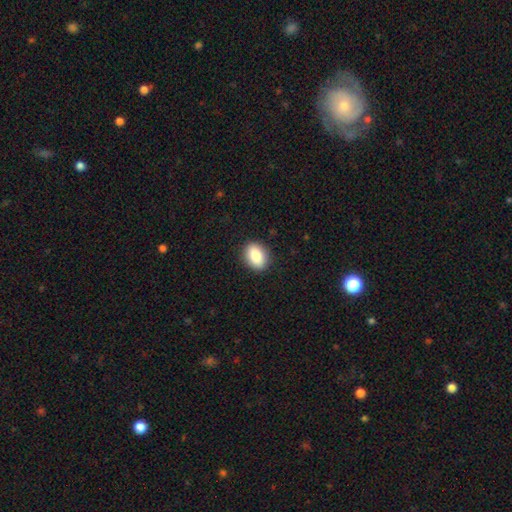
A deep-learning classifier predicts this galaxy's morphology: The model was most divided on "how rounded": in between: 78%, round: 21%, cigar-shaped: 1%. More confident: merging — none (89%); smooth or featured — smooth (88%).